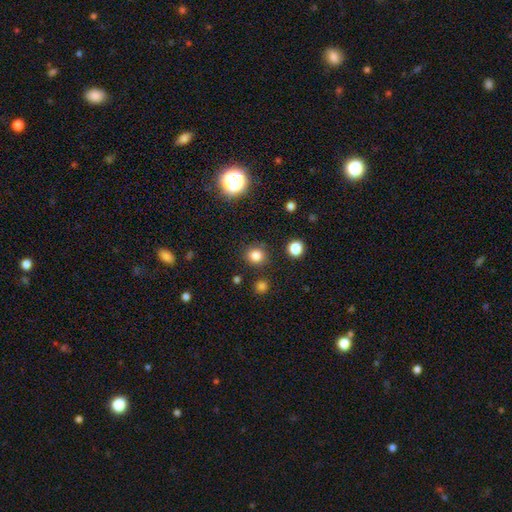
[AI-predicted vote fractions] Smooth or featured?
  - smooth: 81% *
  - star or artifact: 14%
  - featured or disk: 5%
How rounded?
  - round: 86% *
  - in between: 13%
  - cigar-shaped: 1%
Merging?
  - none: 86% *
  - minor disturbance: 8%
  - merger: 3%
  - major disturbance: 3%